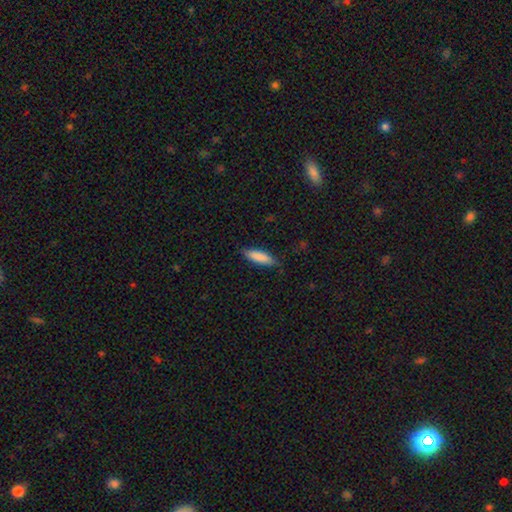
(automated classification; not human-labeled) Q: Smooth or featured?
A: smooth (87%); runner-up: featured or disk (7%)
Q: How rounded?
A: cigar-shaped (60%); runner-up: in between (39%)
Q: Merging?
A: none (84%); runner-up: minor disturbance (12%)